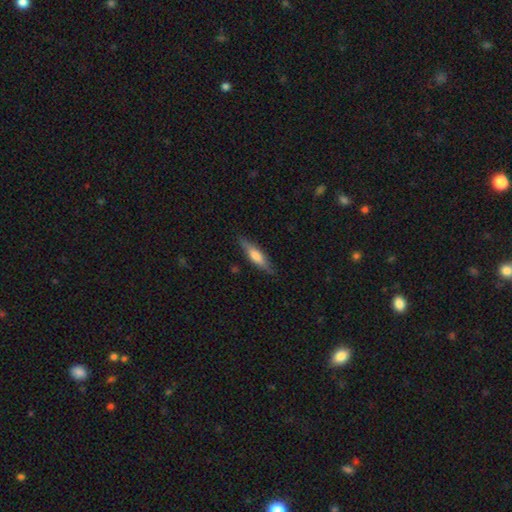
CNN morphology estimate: A smooth galaxy with no disk features (54%) that is cigar-shaped (72%).

Vote fractions:
- Smooth or featured? smooth: 54% / featured or disk: 40% / star or artifact: 6%
- How rounded? cigar-shaped: 72% / in between: 26% / round: 2%
- Merging? none: 85% / minor disturbance: 12% / major disturbance: 2% / merger: 1%